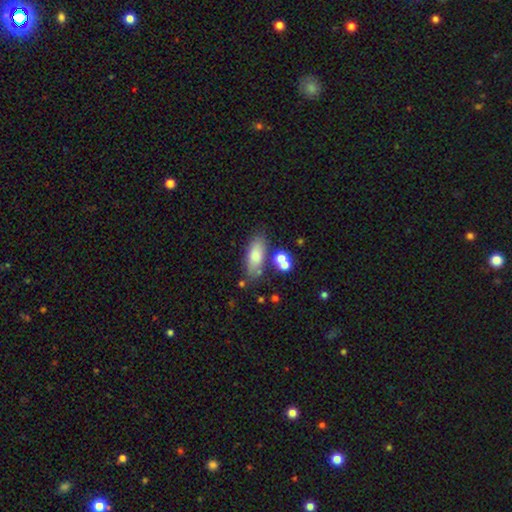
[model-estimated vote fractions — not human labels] The model was most divided on "how rounded": in between: 74%, cigar-shaped: 22%, round: 4%. More confident: smooth or featured — smooth (74%); merging — none (70%).